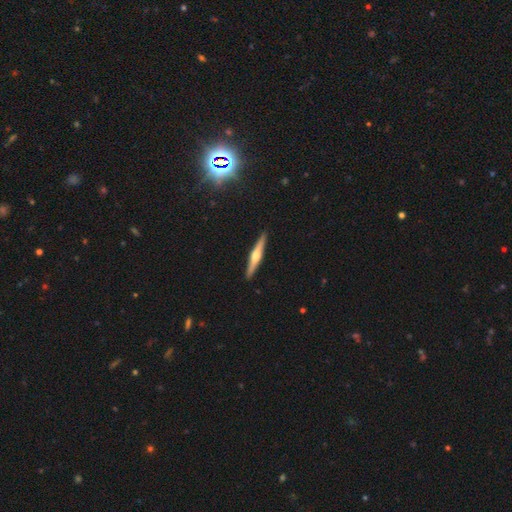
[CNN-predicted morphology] Q: Smooth or featured?
A: featured or disk (67%); runner-up: smooth (28%)
Q: Edge-on disk?
A: yes (98%); runner-up: no (2%)
Q: Edge-on bulge?
A: rounded (90%); runner-up: none (5%)
Q: Merging?
A: none (92%); runner-up: minor disturbance (6%)